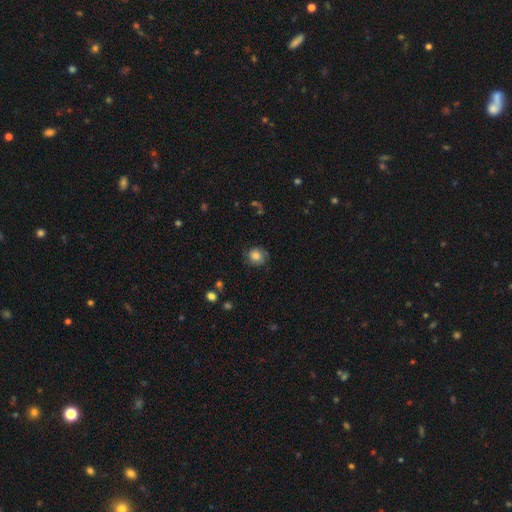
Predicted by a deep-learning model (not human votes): Smooth or featured? smooth (73%)
How rounded? round (81%)
Merging? none (76%)